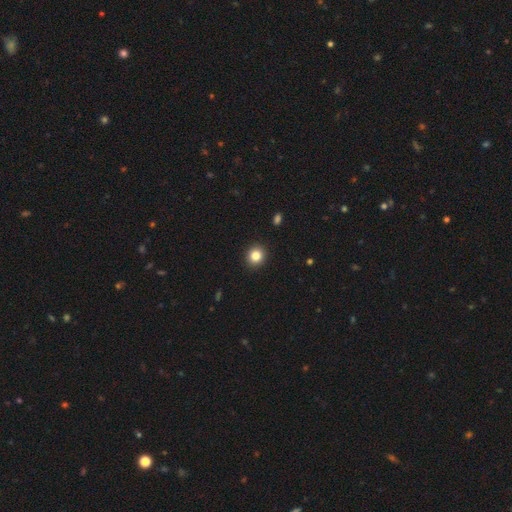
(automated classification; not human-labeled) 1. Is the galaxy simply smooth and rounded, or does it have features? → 83% smooth, 11% star or artifact, 6% featured or disk.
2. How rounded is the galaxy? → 87% round, 12% in between, 1% cigar-shaped.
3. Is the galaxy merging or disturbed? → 92% none, 5% minor disturbance, 2% major disturbance, 1% merger.